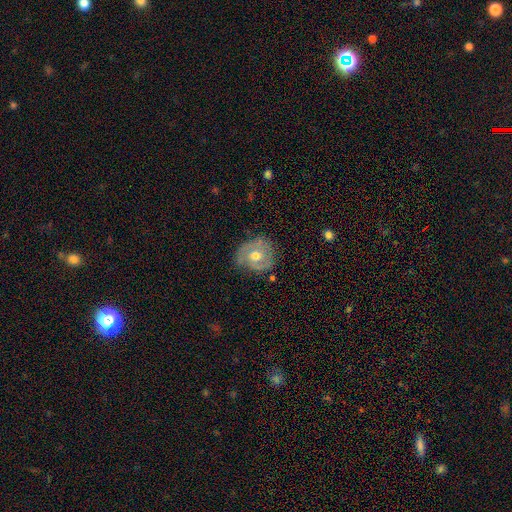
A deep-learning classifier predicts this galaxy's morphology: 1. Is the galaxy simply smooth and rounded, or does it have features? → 59% featured or disk, 35% smooth, 7% star or artifact.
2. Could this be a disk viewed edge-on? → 96% no, 4% yes.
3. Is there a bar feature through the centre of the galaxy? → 76% no, 20% weak, 4% strong.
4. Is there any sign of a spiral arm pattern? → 68% yes, 32% no.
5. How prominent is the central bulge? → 79% moderate, 11% small, 8% large, 1% none, 1% dominant.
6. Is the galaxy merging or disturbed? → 66% none, 25% minor disturbance, 8% major disturbance, 2% merger.